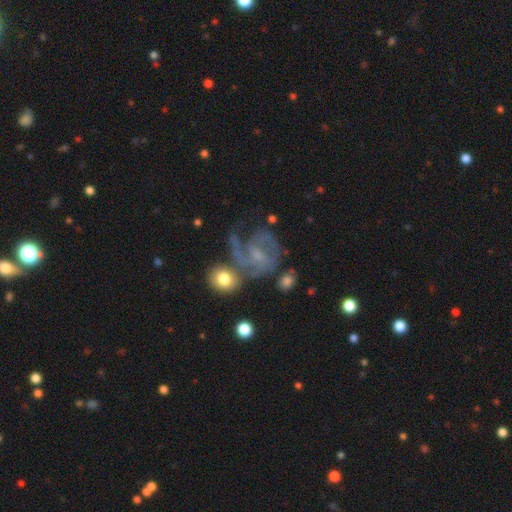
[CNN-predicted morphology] Overall: featured or disk (79%). Edge-on disk: no (98%). Bar: weak (46%; no 42%). Spiral arms: yes (90%). Spiral arm count: 2 (39%; can't tell 24%). Spiral winding: medium (47%; tight 35%). Bulge size: small (56%; moderate 22%). Merging: none (46%; major disturbance 23%).